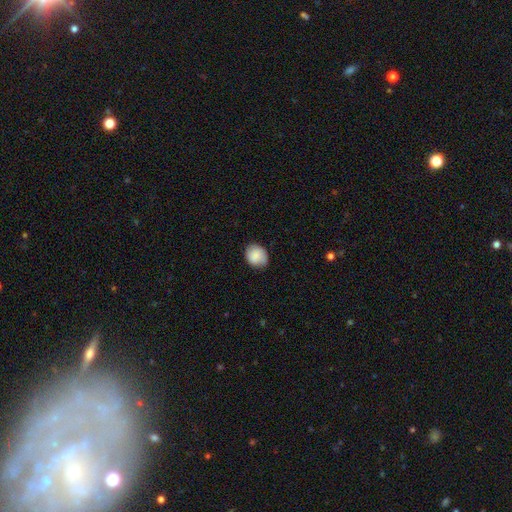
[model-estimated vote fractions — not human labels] Smooth or featured? Predicted: smooth (p=0.87). How rounded? Predicted: round (p=0.62). Merging? Predicted: none (p=0.78).